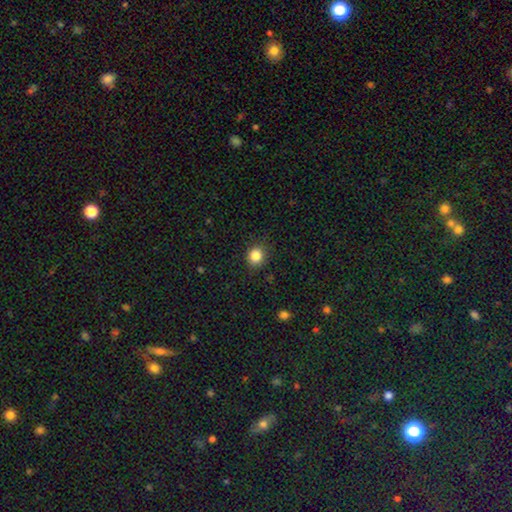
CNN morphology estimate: Smooth or featured?
  - smooth: 85% *
  - star or artifact: 11%
  - featured or disk: 4%
How rounded?
  - round: 81% *
  - in between: 18%
  - cigar-shaped: 1%
Merging?
  - none: 88% *
  - minor disturbance: 8%
  - major disturbance: 2%
  - merger: 1%